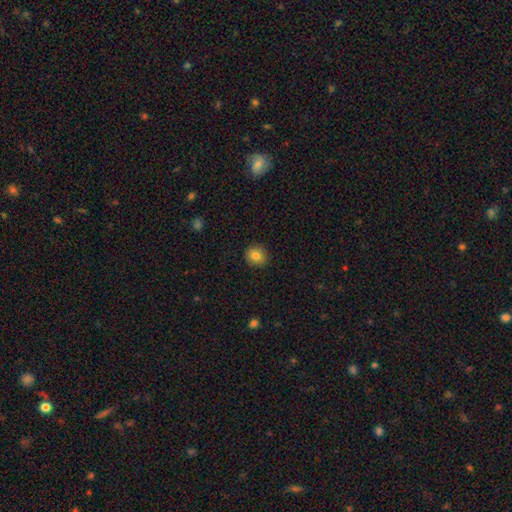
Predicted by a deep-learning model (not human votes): smooth 82%, star or artifact 10%, featured or disk 8%. Down the decision tree: how rounded — round (82%); merging — none (90%).